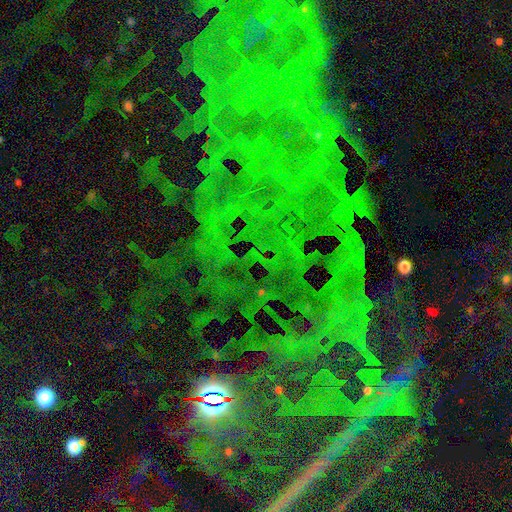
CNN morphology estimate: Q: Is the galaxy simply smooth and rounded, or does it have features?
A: star or artifact — 79%.